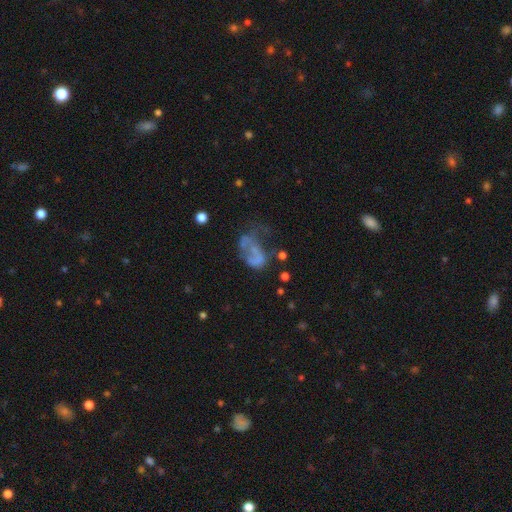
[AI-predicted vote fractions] A featured or disk galaxy (46%). Merging: major disturbance (42%).